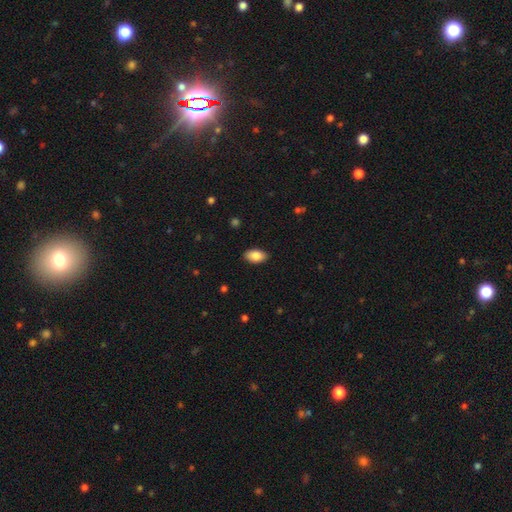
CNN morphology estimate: smooth 87%, featured or disk 7%, star or artifact 7%. Down the decision tree: how rounded — in between (94%); merging — none (88%).